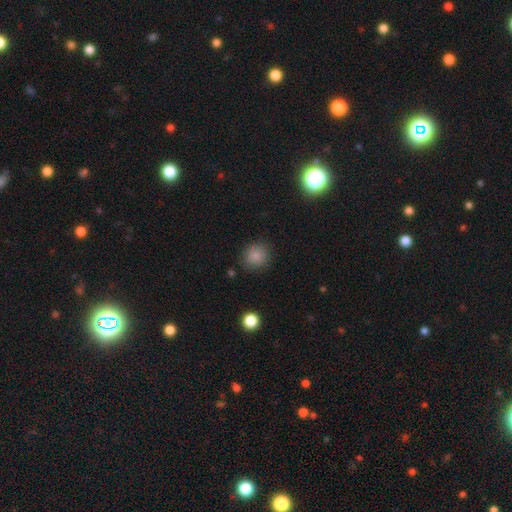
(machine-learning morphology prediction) type=smooth (85%); roundness=round (85%); merging=none (85%).